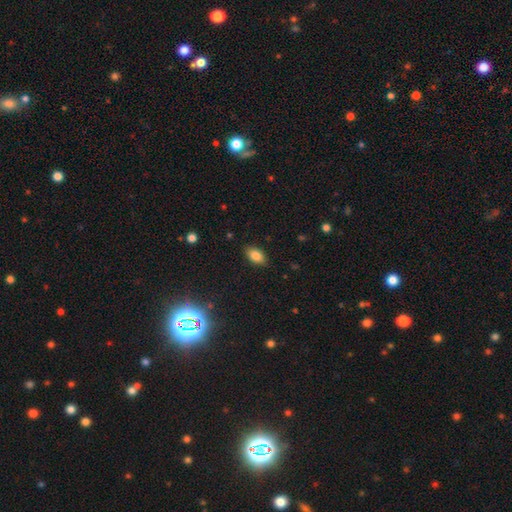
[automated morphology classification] This appears to be a smooth galaxy with no disk features (83%) that is in between round and cigar-shaped (90%). Merging: none (87%).